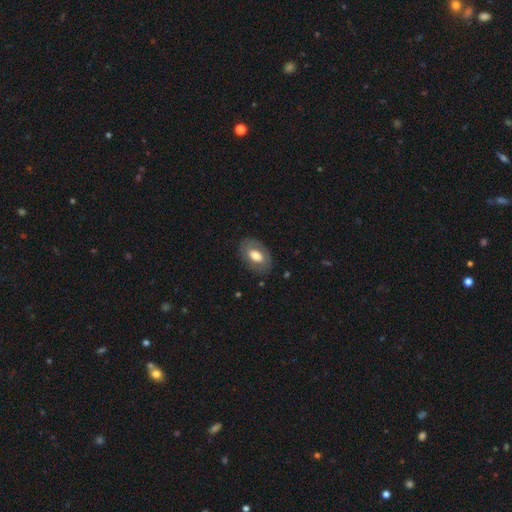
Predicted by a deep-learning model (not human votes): smooth_or_featured: smooth (p=0.58) [alt: featured or disk p=0.35]
how_rounded: in between (p=0.89) [alt: round p=0.10]
merging: none (p=0.80) [alt: minor disturbance p=0.14]